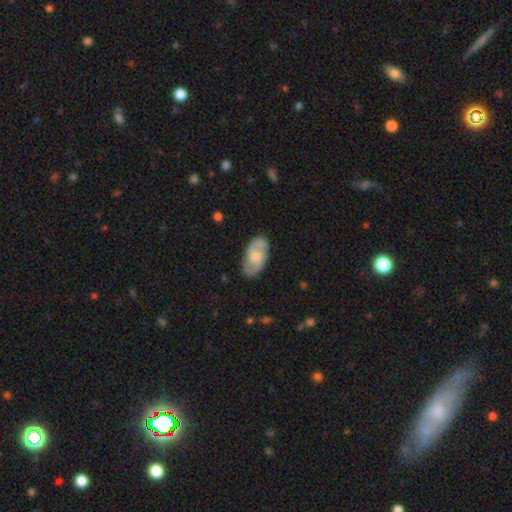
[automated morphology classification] type=featured or disk (65%); edge-on=no (95%); bar=no (54%); spiral arms=yes (89%); winding=medium (51%); arm count=2 (86%); bulge=moderate (40%); merging=none (79%).